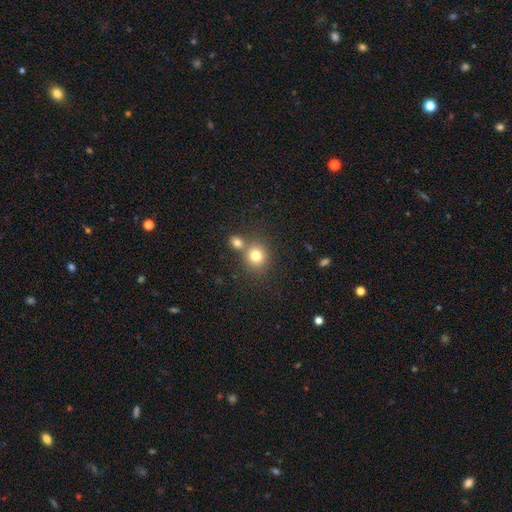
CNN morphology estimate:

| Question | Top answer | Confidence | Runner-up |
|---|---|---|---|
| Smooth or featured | smooth | 78% | star or artifact (13%) |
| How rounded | round | 83% | in between (16%) |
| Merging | none | 57% | merger (32%) |